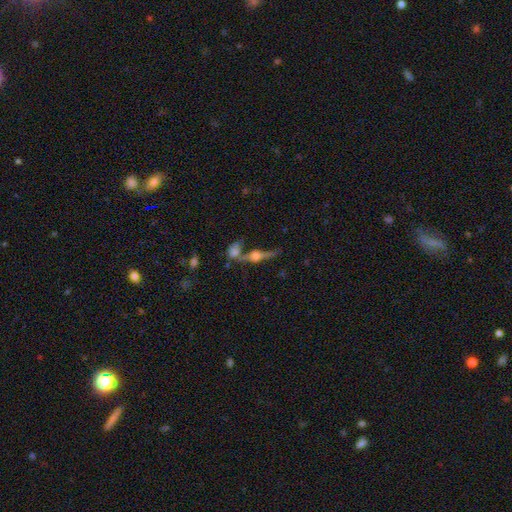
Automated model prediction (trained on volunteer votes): Smooth or featured: featured or disk — 75% (smooth — 15%)
Edge-on disk: yes — 94% (no — 6%)
Edge-on bulge: rounded — 93% (boxy — 5%)
Merging: none — 62% (merger — 21%)